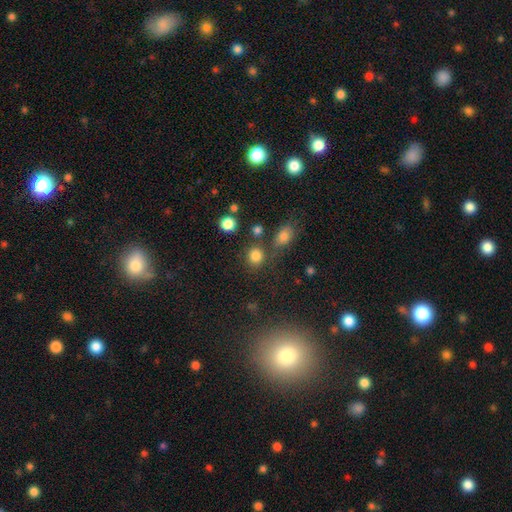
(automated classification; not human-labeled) A smooth galaxy with no disk features (82%) that is round (82%). Merging: none (74%).